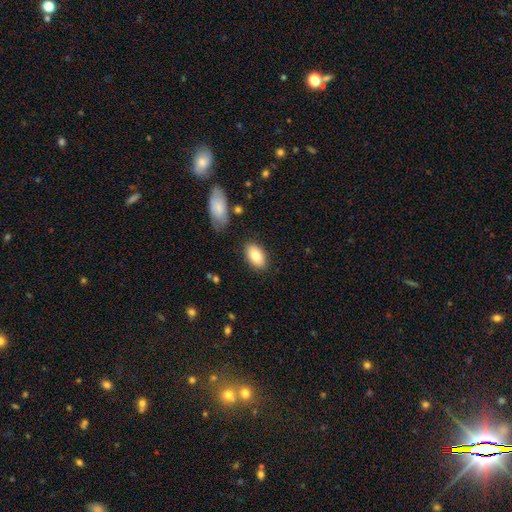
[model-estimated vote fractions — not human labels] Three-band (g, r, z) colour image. It shows a smooth galaxy with no disk features (83%) that is in between round and cigar-shaped (93%). Merging: none (84%).